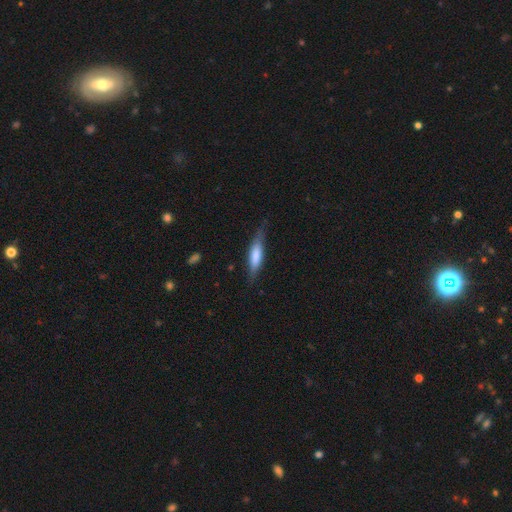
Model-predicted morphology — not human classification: Overall: smooth (61%; featured or disk 33%). How rounded: cigar-shaped (69%; in between 30%). Merging: none (73%).